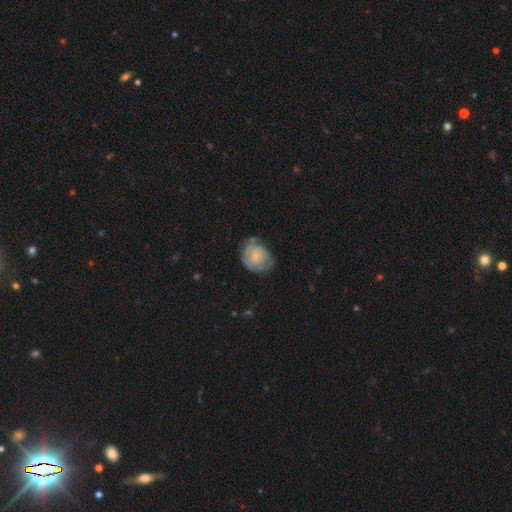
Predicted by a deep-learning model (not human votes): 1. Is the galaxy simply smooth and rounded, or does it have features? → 57% featured or disk, 36% smooth, 7% star or artifact.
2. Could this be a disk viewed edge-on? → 98% no, 2% yes.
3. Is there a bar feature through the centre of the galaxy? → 75% no, 21% weak, 3% strong.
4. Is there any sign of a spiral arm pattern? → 82% yes, 18% no.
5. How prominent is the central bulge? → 68% small, 20% moderate, 8% none, 2% large, 1% dominant.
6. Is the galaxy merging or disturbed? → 54% none, 30% minor disturbance, 13% major disturbance, 3% merger.